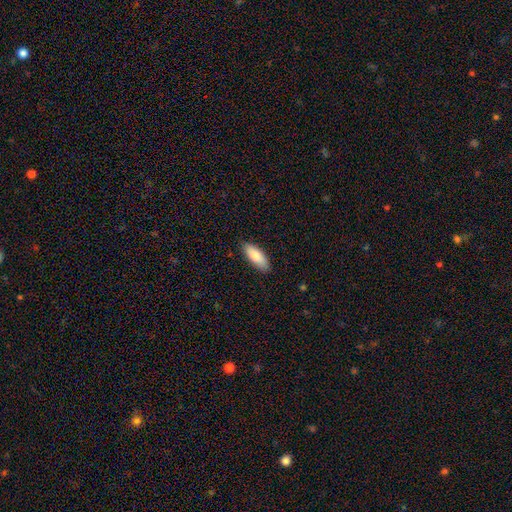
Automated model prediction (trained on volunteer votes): smooth_or_featured: smooth (p=0.86) [alt: featured or disk p=0.08]
how_rounded: in between (p=0.75) [alt: cigar-shaped p=0.24]
merging: none (p=0.87) [alt: minor disturbance p=0.10]